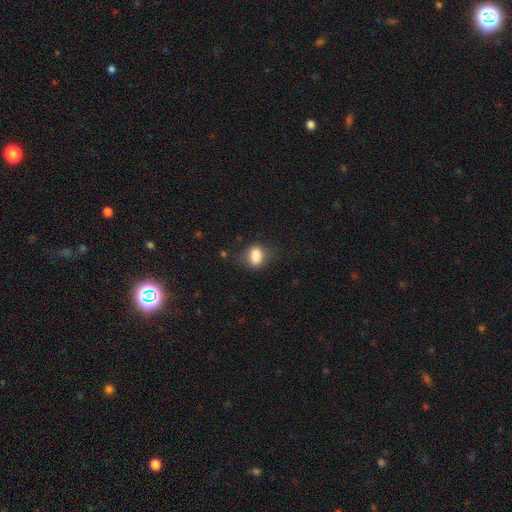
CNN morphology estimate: type=smooth (85%); roundness=in between (74%); merging=none (67%).